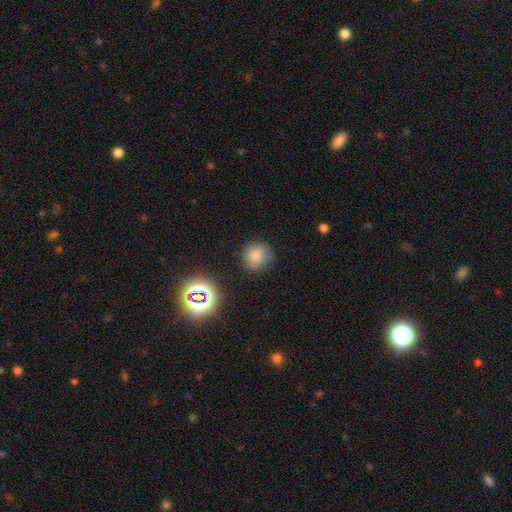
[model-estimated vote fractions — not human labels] Overall: smooth (80%). How rounded: round (86%). Merging: none (78%).